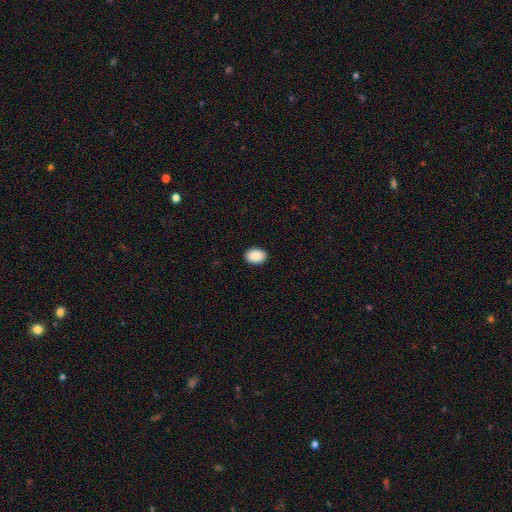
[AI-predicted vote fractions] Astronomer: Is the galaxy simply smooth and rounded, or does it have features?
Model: smooth — 88%.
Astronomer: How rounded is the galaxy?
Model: in between — 81%.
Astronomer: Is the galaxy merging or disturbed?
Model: none — 91%.